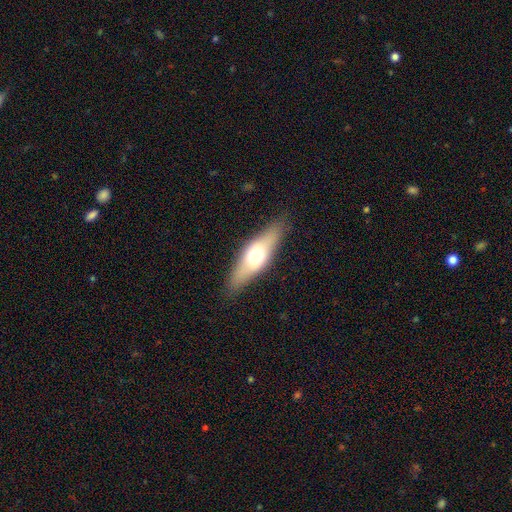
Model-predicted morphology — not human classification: Smooth or featured?
  - smooth: 53% *
  - featured or disk: 40%
  - star or artifact: 7%
How rounded?
  - in between: 50% *
  - cigar-shaped: 47%
  - round: 3%
Merging?
  - none: 84% *
  - minor disturbance: 11%
  - major disturbance: 3%
  - merger: 1%